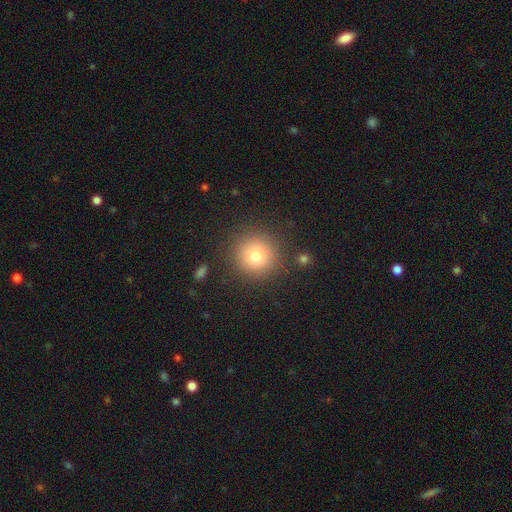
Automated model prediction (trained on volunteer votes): smooth-or-featured: smooth: 76% | star or artifact: 15% | featured or disk: 10%
  how-rounded: round: 94% | in between: 5% | cigar-shaped: 1%
  merging: none: 89% | minor disturbance: 6% | major disturbance: 3% | merger: 2%